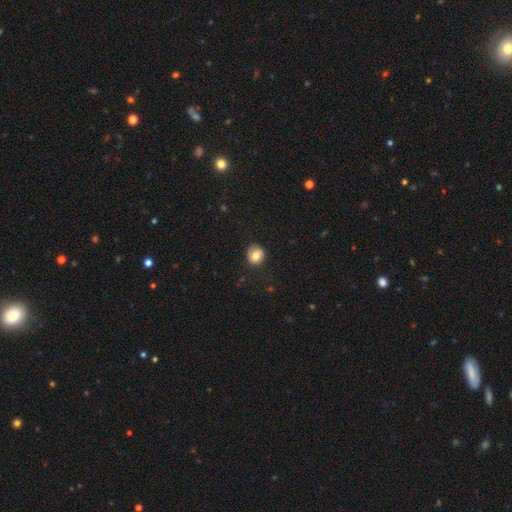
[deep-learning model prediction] Overall: smooth (78%). How rounded: round (76%). Merging: none (78%).